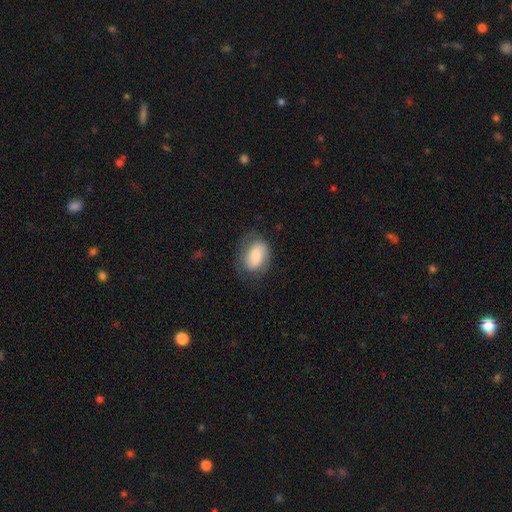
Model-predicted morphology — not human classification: Smooth or featured?
  - smooth: 64% *
  - featured or disk: 28%
  - star or artifact: 8%
How rounded?
  - in between: 74% *
  - round: 25%
  - cigar-shaped: 1%
Merging?
  - none: 66% *
  - minor disturbance: 23%
  - major disturbance: 10%
  - merger: 1%